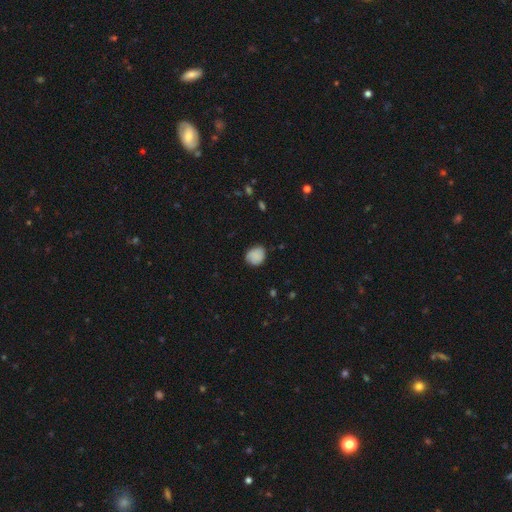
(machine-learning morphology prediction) This is clearly a smooth galaxy (83%). How rounded: likely round (66%). Merging: likely none (74%).